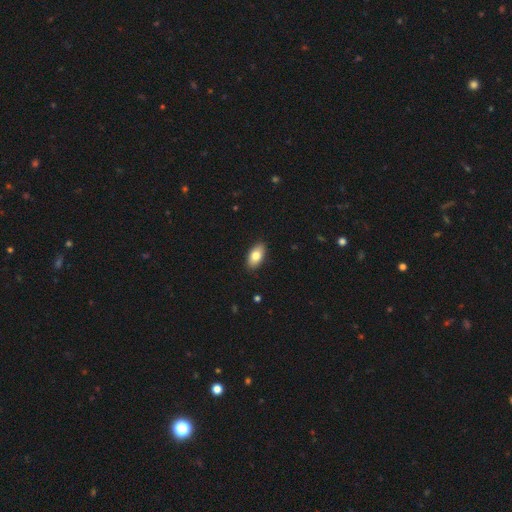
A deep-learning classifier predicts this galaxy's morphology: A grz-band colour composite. It shows a smooth galaxy with no disk features (79%) that is in between round and cigar-shaped (92%). Merging: none (89%).